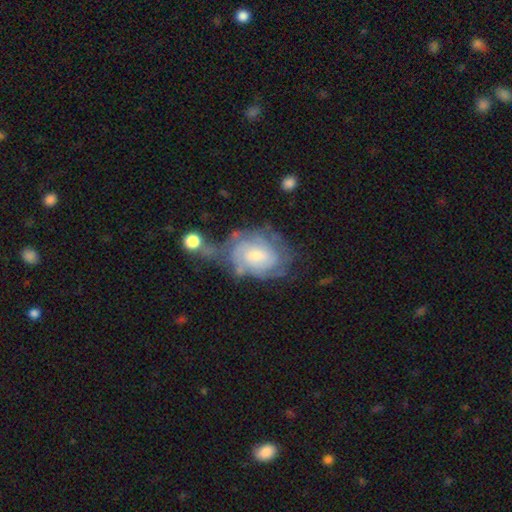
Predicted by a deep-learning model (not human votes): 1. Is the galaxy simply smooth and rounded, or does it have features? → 76% featured or disk, 17% smooth, 6% star or artifact.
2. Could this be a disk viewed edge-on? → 97% no, 3% yes.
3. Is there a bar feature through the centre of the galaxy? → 47% no, 45% weak, 8% strong.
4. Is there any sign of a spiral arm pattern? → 89% yes, 11% no.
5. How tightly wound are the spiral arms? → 64% tight, 28% medium, 9% loose.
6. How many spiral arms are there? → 48% can't tell, 25% 2, 13% 3, 6% 4, 4% 1, 4% more than 4.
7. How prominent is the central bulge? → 48% moderate, 44% small, 4% large, 2% none, 1% dominant.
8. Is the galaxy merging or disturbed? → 40% none, 25% minor disturbance, 22% major disturbance, 13% merger.